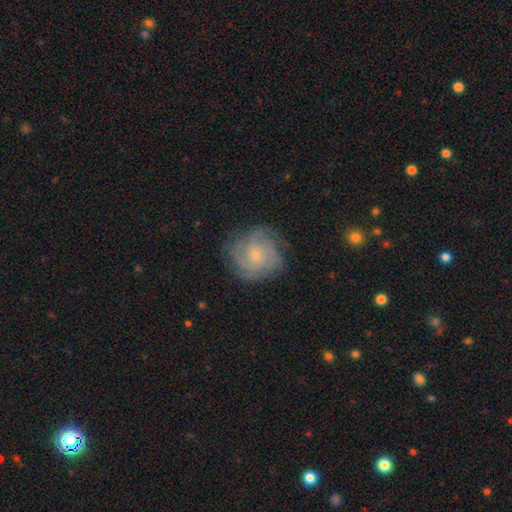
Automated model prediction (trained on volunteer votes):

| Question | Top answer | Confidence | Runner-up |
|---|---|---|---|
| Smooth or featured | featured or disk | 73% | smooth (18%) |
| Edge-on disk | no | 98% | yes (2%) |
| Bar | no | 75% | weak (22%) |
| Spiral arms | yes | 94% | no (6%) |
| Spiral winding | tight | 61% | medium (31%) |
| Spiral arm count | can't tell | 29% | 4 (27%) |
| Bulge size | small | 73% | moderate (22%) |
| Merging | none | 78% | minor disturbance (16%) |